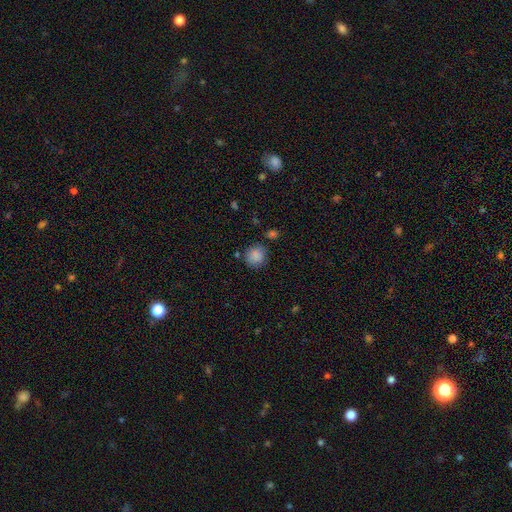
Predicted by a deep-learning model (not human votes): Morphology: type=smooth (86%); roundness=round (86%); merging=none (77%).